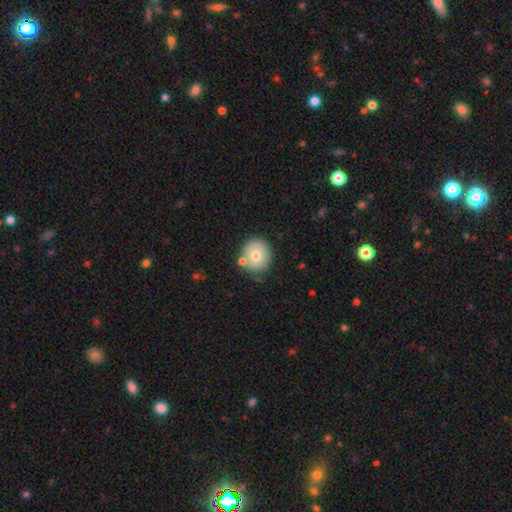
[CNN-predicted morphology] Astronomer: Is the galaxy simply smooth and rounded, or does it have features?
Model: smooth — 66%.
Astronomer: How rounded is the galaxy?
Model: round — 83%.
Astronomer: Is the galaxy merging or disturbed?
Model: none — 69%.